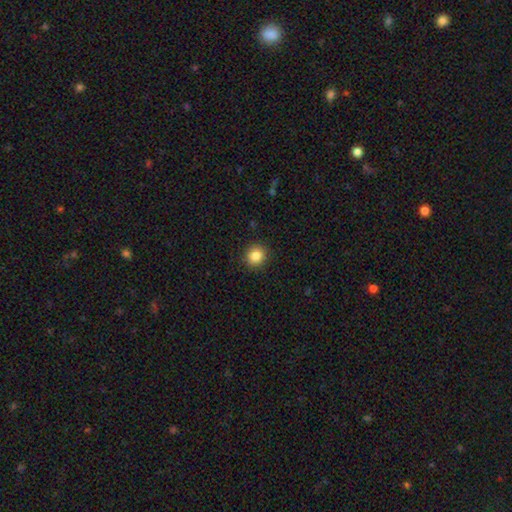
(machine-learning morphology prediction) Smooth or featured?
  - smooth: 85% *
  - star or artifact: 10%
  - featured or disk: 5%
How rounded?
  - round: 89% *
  - in between: 10%
  - cigar-shaped: 1%
Merging?
  - none: 91% *
  - minor disturbance: 6%
  - major disturbance: 2%
  - merger: 1%